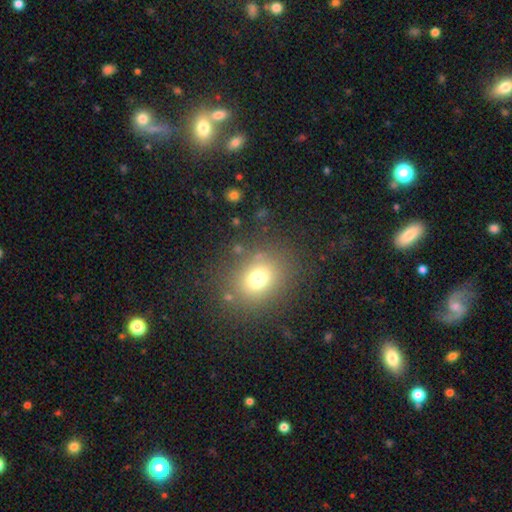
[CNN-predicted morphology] A smooth galaxy with no disk features (59%) that is round (70%).

Vote fractions:
- Smooth or featured? smooth: 59% / star or artifact: 31% / featured or disk: 10%
- How rounded? round: 70% / in between: 29% / cigar-shaped: 2%
- Merging? none: 84% / minor disturbance: 9% / major disturbance: 4% / merger: 3%